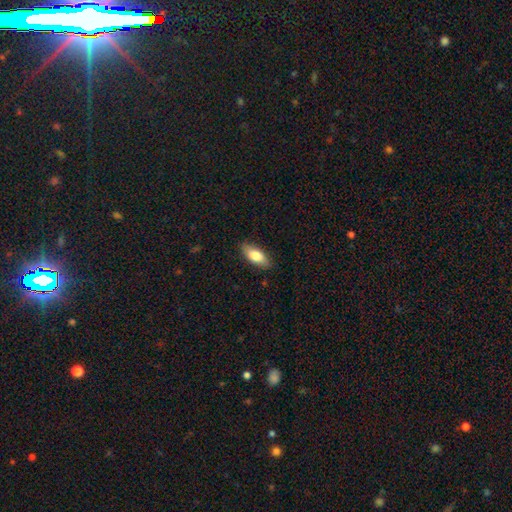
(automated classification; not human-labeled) This is likely a smooth galaxy (78%). How rounded: clearly in between (83%). Merging: clearly none (86%).